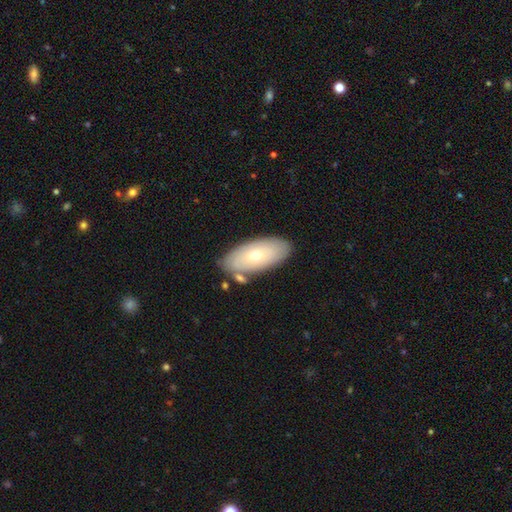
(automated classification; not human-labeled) This is possibly a smooth galaxy (57%). How rounded: clearly in between (90%). Merging: likely none (78%).